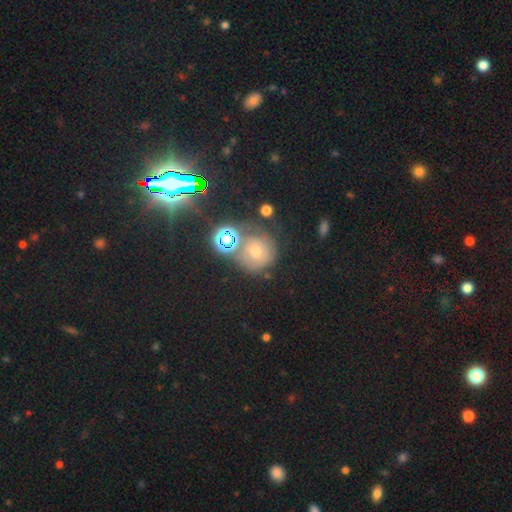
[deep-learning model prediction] A star or artifact, not a galaxy (39%).